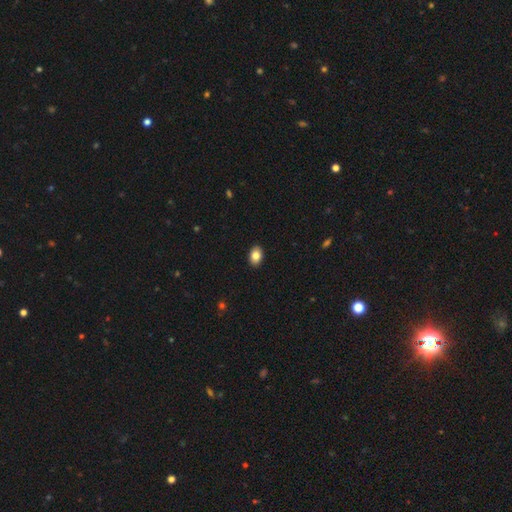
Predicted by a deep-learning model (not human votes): This is clearly a smooth galaxy (85%). How rounded: clearly in between (81%). Merging: clearly none (91%).